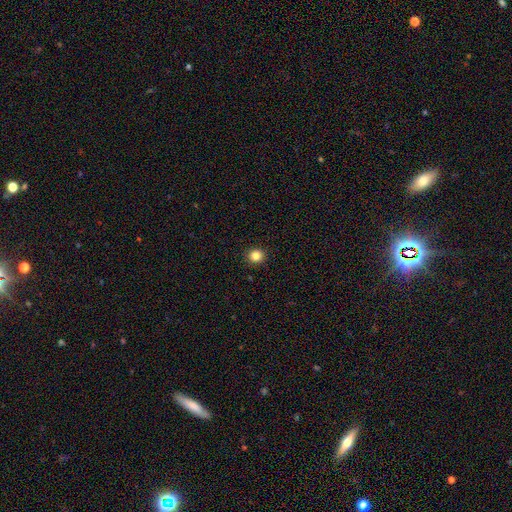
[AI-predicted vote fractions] Smooth or featured? Predicted: smooth (p=0.83). How rounded? Predicted: round (p=0.89). Merging? Predicted: none (p=0.93).